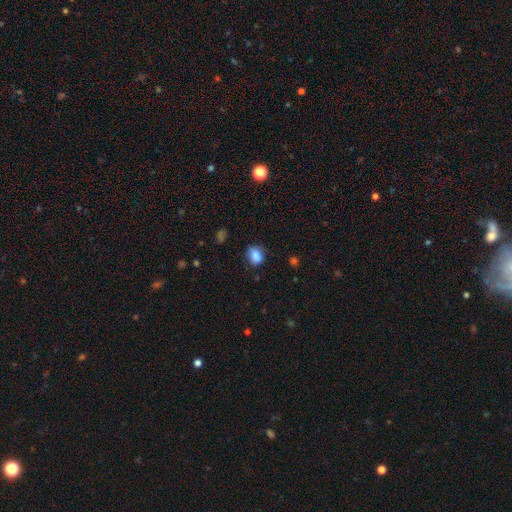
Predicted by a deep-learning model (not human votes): smooth_or_featured: smooth (p=0.81) [alt: star or artifact p=0.09]
how_rounded: in between (p=0.55) [alt: round p=0.44]
merging: none (p=0.71) [alt: minor disturbance p=0.22]